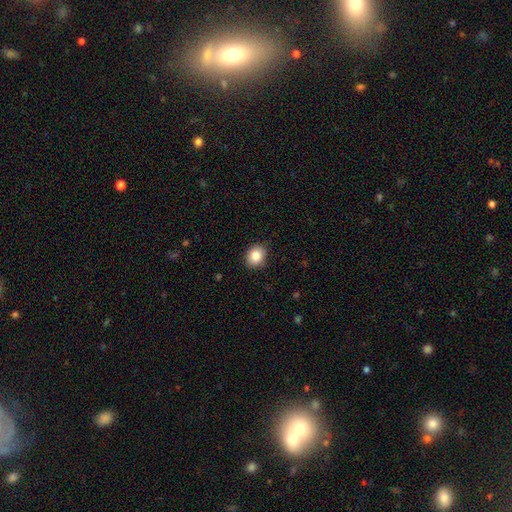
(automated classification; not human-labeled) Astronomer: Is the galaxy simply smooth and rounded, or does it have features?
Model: smooth — 86%.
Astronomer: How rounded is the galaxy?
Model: round — 55% (runner-up: in between, 45%).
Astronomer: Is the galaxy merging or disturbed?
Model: none — 86%.